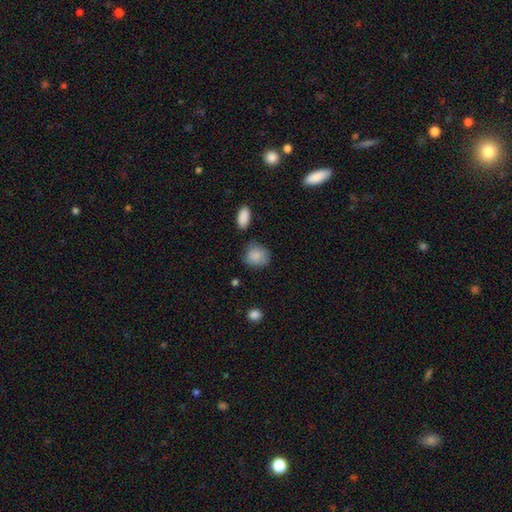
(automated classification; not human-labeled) smooth_or_featured: smooth (p=0.86) [alt: star or artifact p=0.07]
how_rounded: round (p=0.59) [alt: in between p=0.40]
merging: none (p=0.63) [alt: minor disturbance p=0.25]